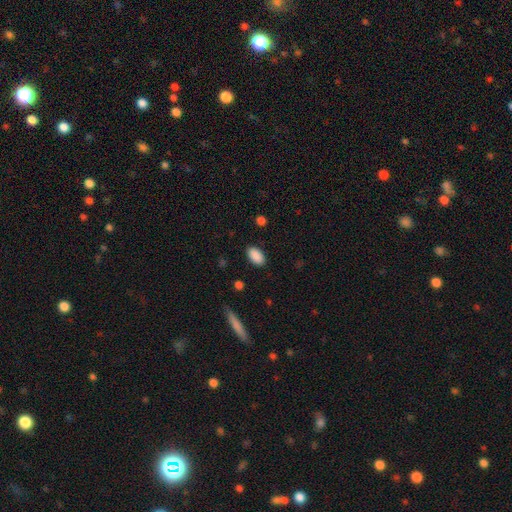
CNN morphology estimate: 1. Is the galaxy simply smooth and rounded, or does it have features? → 90% smooth, 7% star or artifact, 3% featured or disk.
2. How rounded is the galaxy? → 93% in between, 5% round, 2% cigar-shaped.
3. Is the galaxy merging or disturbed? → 87% none, 9% minor disturbance, 2% major disturbance, 1% merger.